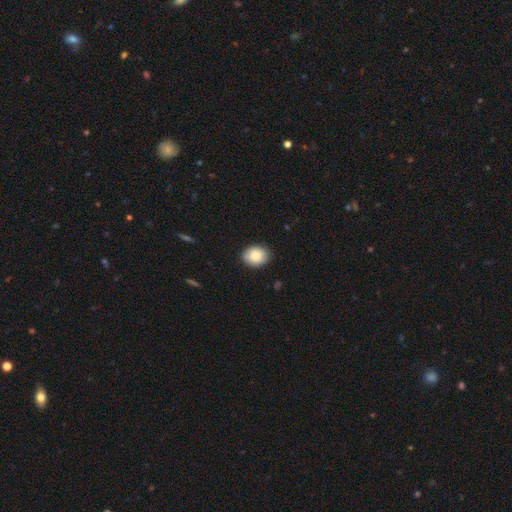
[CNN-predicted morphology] Overall: smooth (85%). How rounded: in between (52%; round 47%). Merging: none (85%).